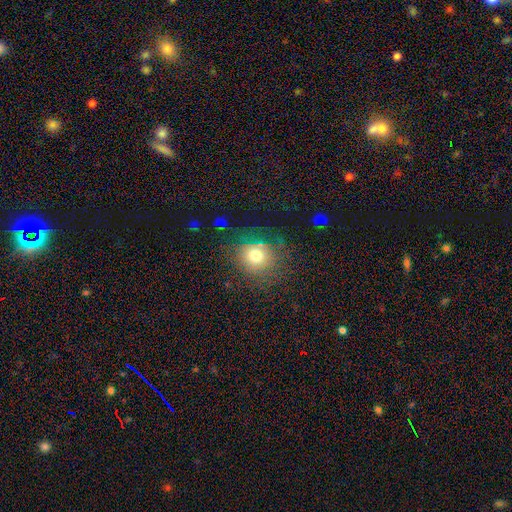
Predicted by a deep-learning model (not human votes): Q: Smooth or featured?
A: smooth (71%); runner-up: star or artifact (15%)
Q: How rounded?
A: round (81%); runner-up: in between (18%)
Q: Merging?
A: none (73%); runner-up: minor disturbance (15%)